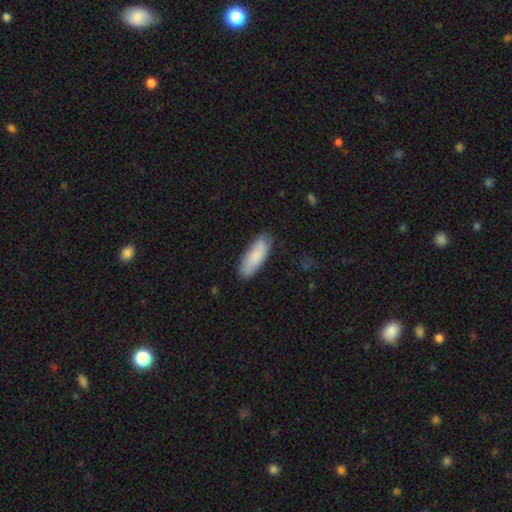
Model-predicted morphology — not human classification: This is clearly a smooth galaxy (82%). How rounded: likely in between (64%). Merging: clearly none (80%).